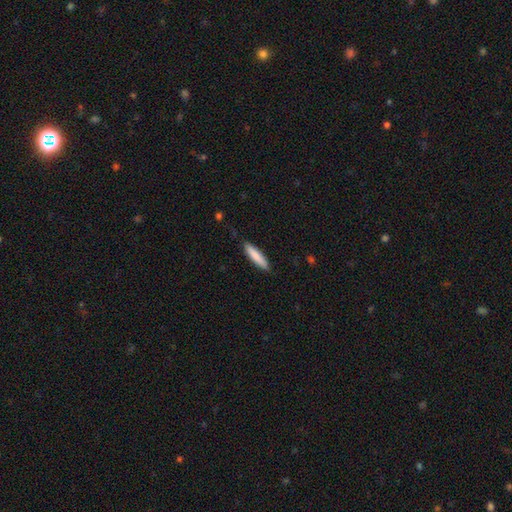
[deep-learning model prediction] Morphology: type=smooth (84%); roundness=cigar-shaped (81%); merging=none (87%).